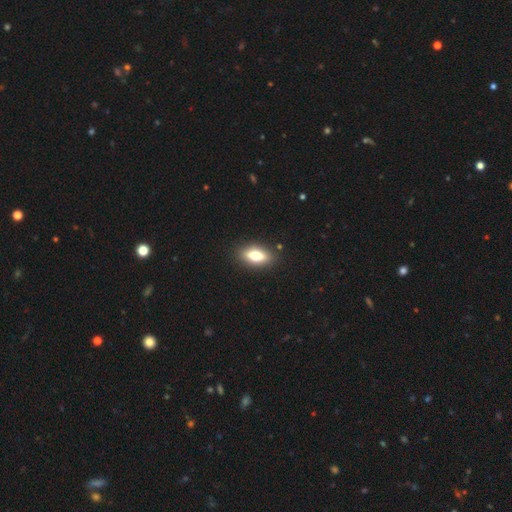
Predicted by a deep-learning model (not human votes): Smooth or featured?
  - smooth: 71% *
  - featured or disk: 21%
  - star or artifact: 8%
How rounded?
  - in between: 83% *
  - cigar-shaped: 12%
  - round: 6%
Merging?
  - none: 88% *
  - minor disturbance: 9%
  - major disturbance: 2%
  - merger: 1%